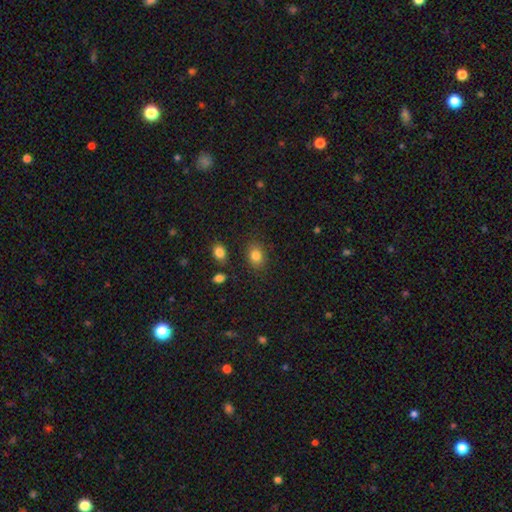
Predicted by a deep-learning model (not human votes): Overall: smooth (82%). How rounded: in between (59%; round 40%). Merging: none (82%).